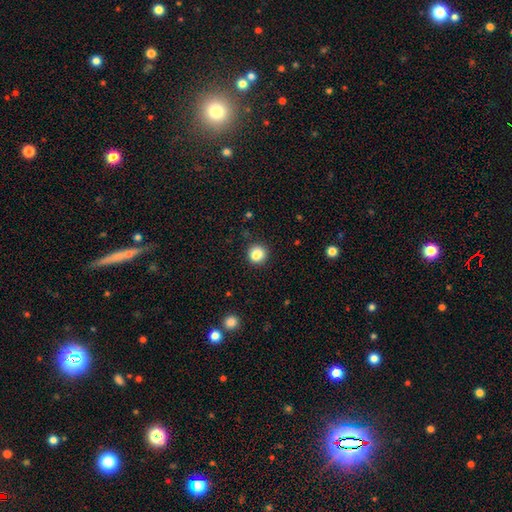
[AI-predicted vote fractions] A smooth galaxy with no disk features (85%) that is round (88%). Merging: none (88%).